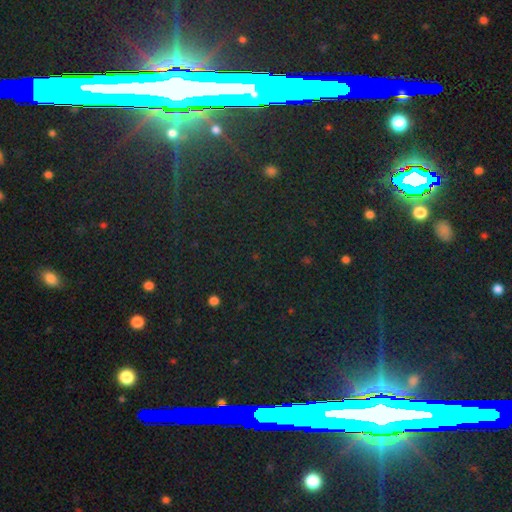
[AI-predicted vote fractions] This appears to be a star or artifact, not a galaxy (82%).